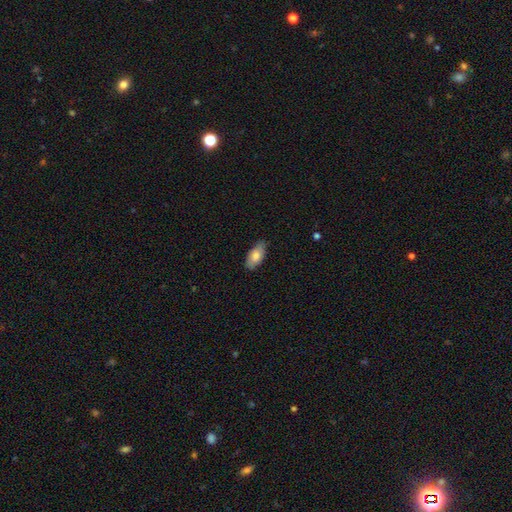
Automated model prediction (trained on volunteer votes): Smooth or featured? smooth (79%)
How rounded? in between (91%)
Merging? none (81%)